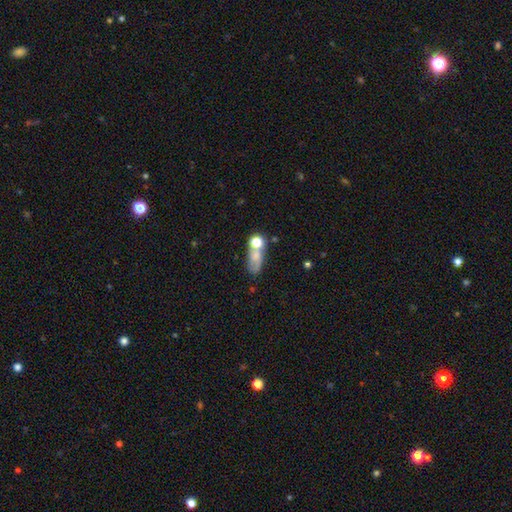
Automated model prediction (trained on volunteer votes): Q: Smooth or featured?
A: smooth (61%); runner-up: featured or disk (25%)
Q: How rounded?
A: in between (68%); runner-up: round (22%)
Q: Merging?
A: none (35%); runner-up: merger (32%)